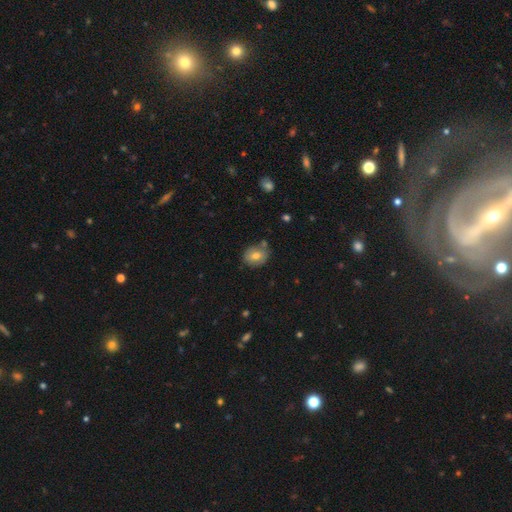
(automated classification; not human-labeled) A smooth galaxy with no disk features (72%) that is round (52%). Merging: none (72%).